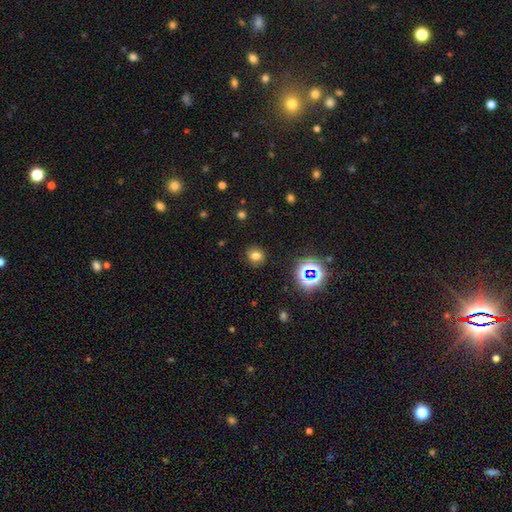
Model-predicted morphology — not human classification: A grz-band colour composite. It shows a smooth galaxy with no disk features (73%) that is round (76%). Merging: none (88%).